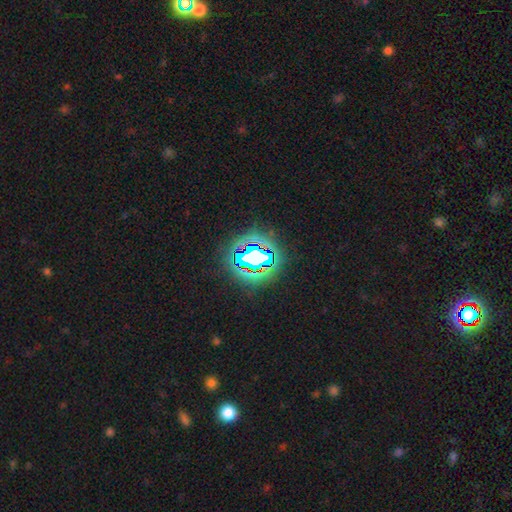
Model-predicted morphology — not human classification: Overall: star or artifact (80%).